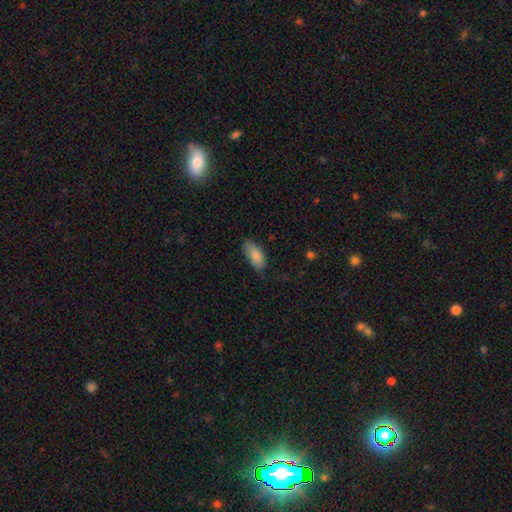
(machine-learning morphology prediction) Q: Smooth or featured?
A: smooth (85%); runner-up: featured or disk (8%)
Q: How rounded?
A: in between (90%); runner-up: cigar-shaped (8%)
Q: Merging?
A: none (68%); runner-up: minor disturbance (26%)